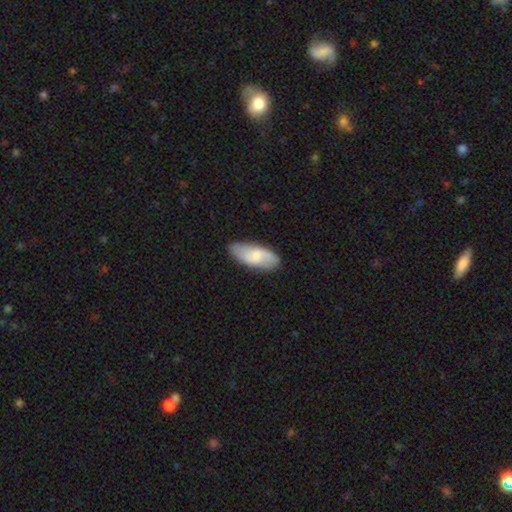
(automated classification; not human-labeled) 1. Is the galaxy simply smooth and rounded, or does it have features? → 58% smooth, 36% featured or disk, 6% star or artifact.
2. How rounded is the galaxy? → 84% in between, 13% cigar-shaped, 2% round.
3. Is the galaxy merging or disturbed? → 79% none, 16% minor disturbance, 3% major disturbance, 1% merger.